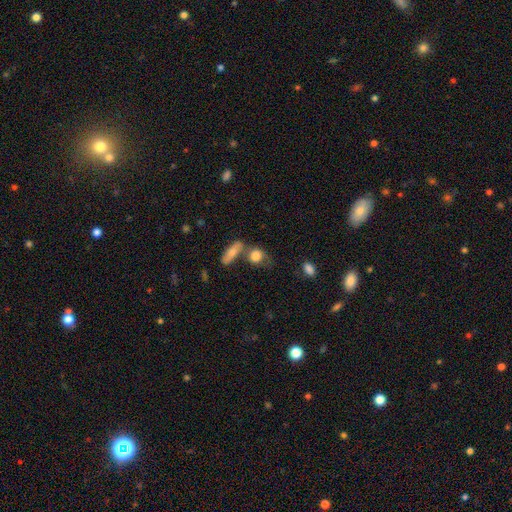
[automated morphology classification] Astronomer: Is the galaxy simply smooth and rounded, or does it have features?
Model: smooth — 79%.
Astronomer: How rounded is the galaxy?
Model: round — 55% (runner-up: in between, 40%).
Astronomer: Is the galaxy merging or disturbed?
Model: none — 45% (runner-up: merger, 32%).